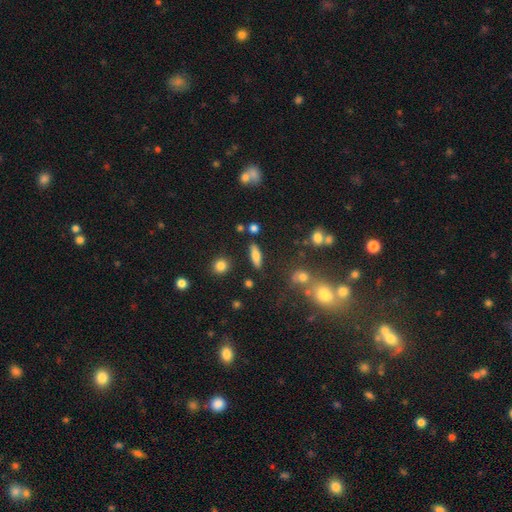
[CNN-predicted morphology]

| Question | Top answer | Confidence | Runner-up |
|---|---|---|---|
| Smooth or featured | smooth | 71% | featured or disk (20%) |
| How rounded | cigar-shaped | 51% | in between (45%) |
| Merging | none | 83% | minor disturbance (10%) |